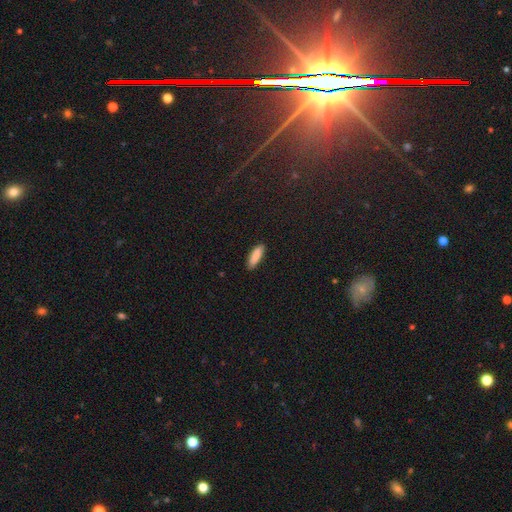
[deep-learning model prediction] This is clearly a smooth galaxy (89%). How rounded: possibly cigar-shaped (51%). Merging: clearly none (87%).